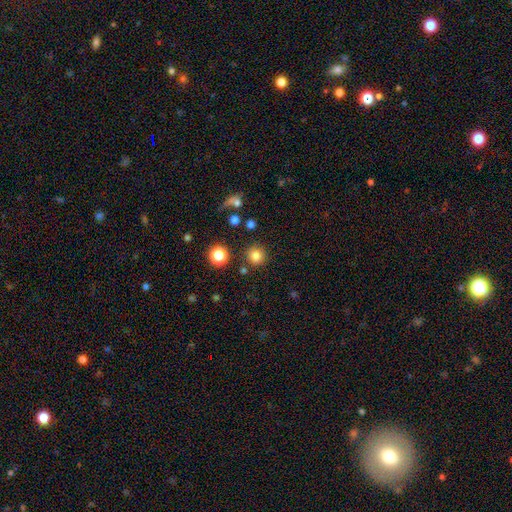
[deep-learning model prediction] The model was most divided on "smooth or featured": smooth: 82%, star or artifact: 13%, featured or disk: 5%. More confident: how rounded — round (94%); merging — none (86%).